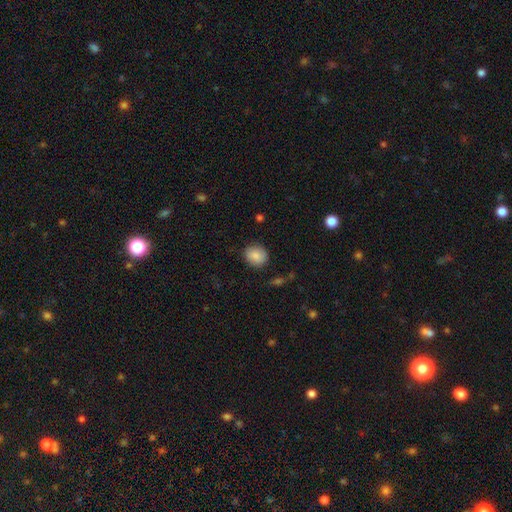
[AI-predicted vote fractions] Q: Smooth or featured?
A: smooth (86%); runner-up: star or artifact (8%)
Q: How rounded?
A: round (71%); runner-up: in between (28%)
Q: Merging?
A: none (84%); runner-up: minor disturbance (12%)